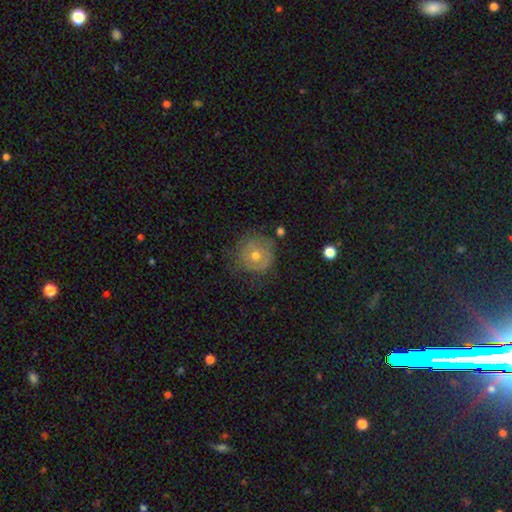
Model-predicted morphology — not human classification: type=smooth (53%); roundness=round (91%); merging=none (68%).